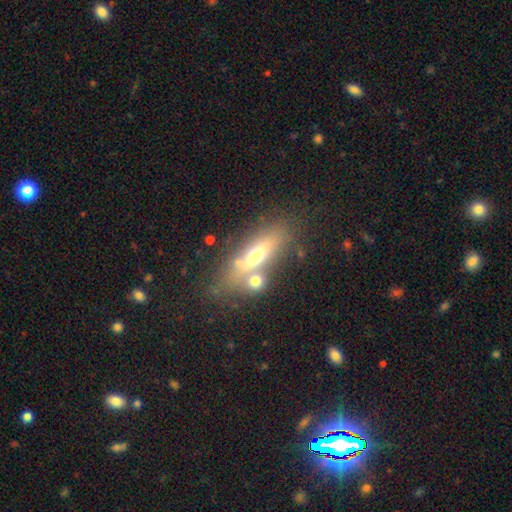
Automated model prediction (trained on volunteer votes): A featured or disk galaxy (46%).

Vote fractions:
- Smooth or featured? featured or disk: 46% / smooth: 42% / star or artifact: 11%
- Merging? none: 65% / merger: 16% / minor disturbance: 14% / major disturbance: 6%